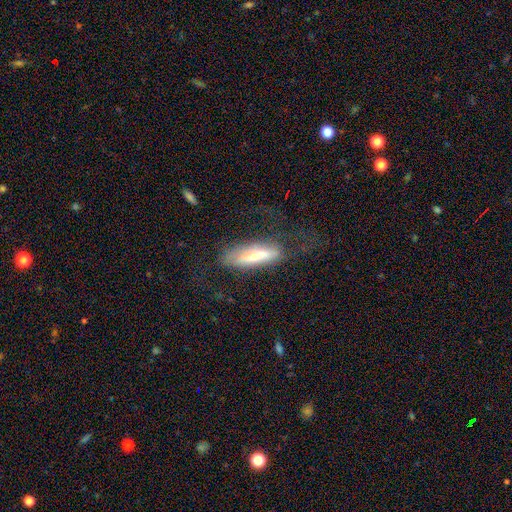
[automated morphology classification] This appears to be a smooth galaxy with no disk features (60%) that is cigar-shaped (65%). Merging: none (53%).